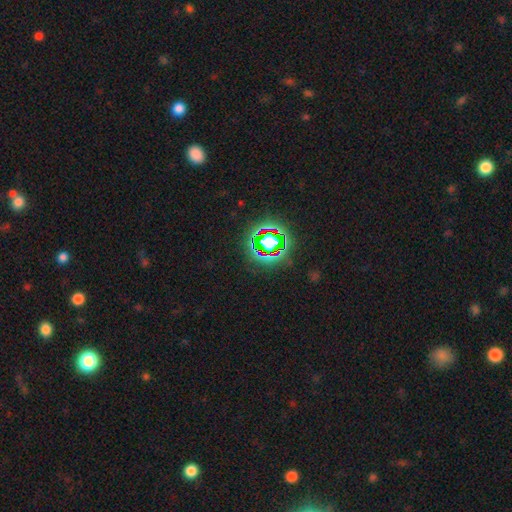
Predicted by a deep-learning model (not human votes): Overall: star or artifact (81%).